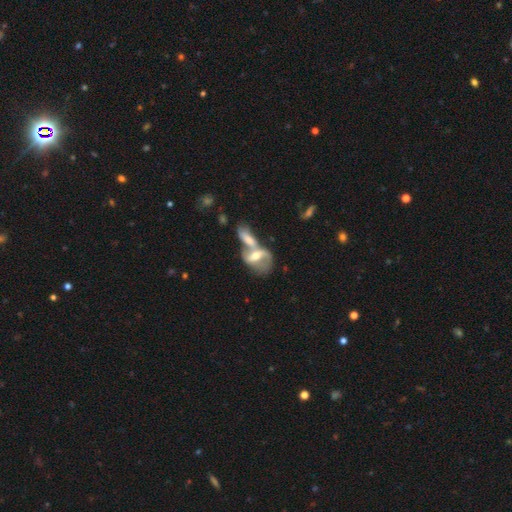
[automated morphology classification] Q: Smooth or featured?
A: featured or disk (58%); runner-up: smooth (35%)
Q: Edge-on disk?
A: no (89%); runner-up: yes (11%)
Q: Bar?
A: weak (38%); runner-up: strong (32%)
Q: Spiral arms?
A: yes (55%); runner-up: no (45%)
Q: Bulge size?
A: moderate (66%); runner-up: small (23%)
Q: Merging?
A: merger (67%); runner-up: none (18%)